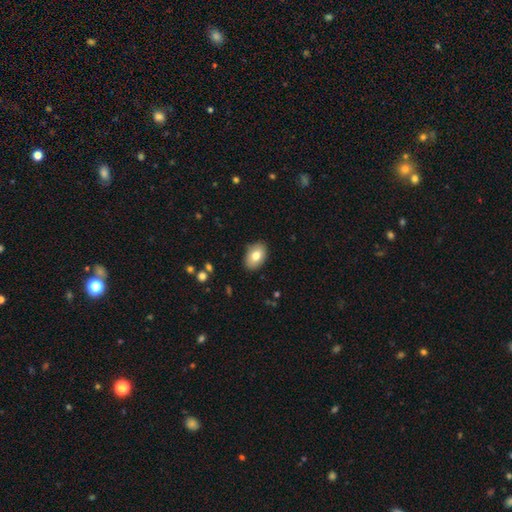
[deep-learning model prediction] smooth 78%, featured or disk 14%, star or artifact 7%. Down the decision tree: how rounded — in between (86%); merging — none (87%).